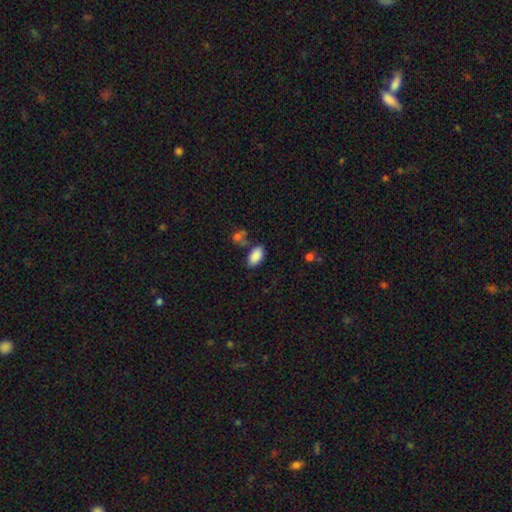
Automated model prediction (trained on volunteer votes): Smooth or featured? smooth (87%)
How rounded? in between (94%)
Merging? none (70%)